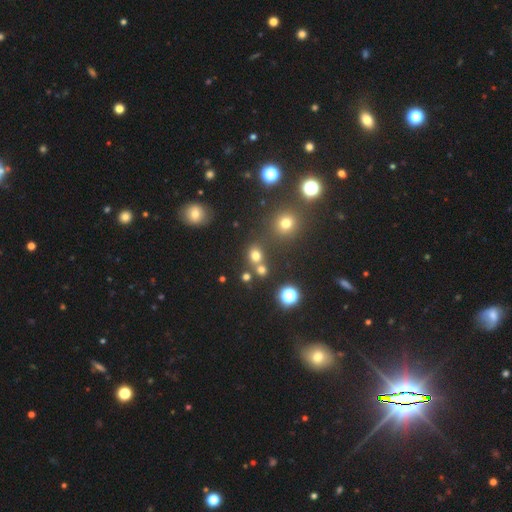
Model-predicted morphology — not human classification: A smooth galaxy with no disk features (68%) that is round (74%).

Vote fractions:
- Smooth or featured? smooth: 68% / star or artifact: 23% / featured or disk: 9%
- How rounded? round: 74% / in between: 25% / cigar-shaped: 1%
- Merging? none: 60% / merger: 27% / minor disturbance: 9% / major disturbance: 4%